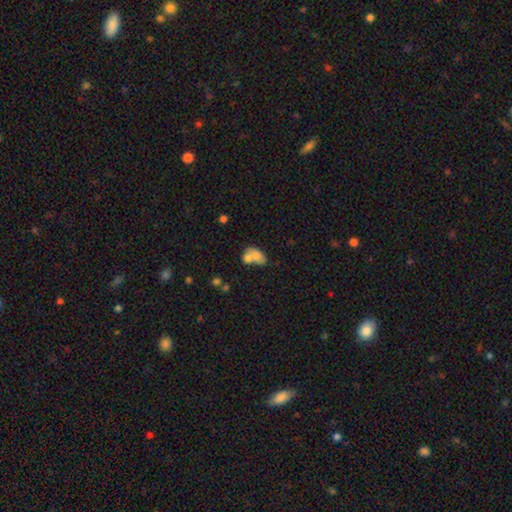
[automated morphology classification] Smooth or featured?
  - smooth: 67% *
  - featured or disk: 25%
  - star or artifact: 9%
How rounded?
  - in between: 80% *
  - round: 18%
  - cigar-shaped: 2%
Merging?
  - merger: 63% *
  - none: 21%
  - minor disturbance: 10%
  - major disturbance: 6%